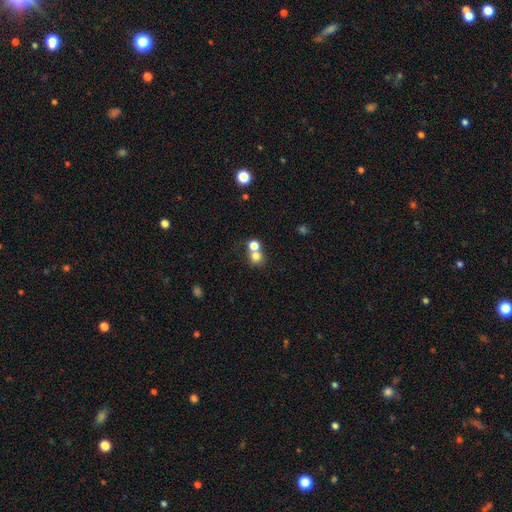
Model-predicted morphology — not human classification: Overall: smooth (75%). How rounded: round (83%). Merging: merger (48%; none 42%).